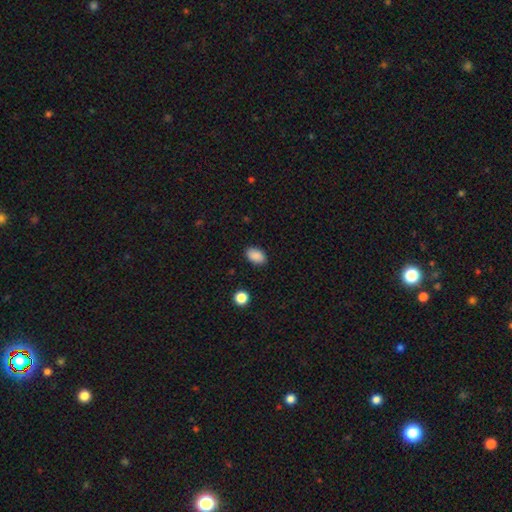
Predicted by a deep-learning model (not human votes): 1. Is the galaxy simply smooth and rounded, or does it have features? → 89% smooth, 8% star or artifact, 3% featured or disk.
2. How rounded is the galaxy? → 90% in between, 9% round, 1% cigar-shaped.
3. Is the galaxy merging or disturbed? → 88% none, 8% minor disturbance, 2% major disturbance, 1% merger.